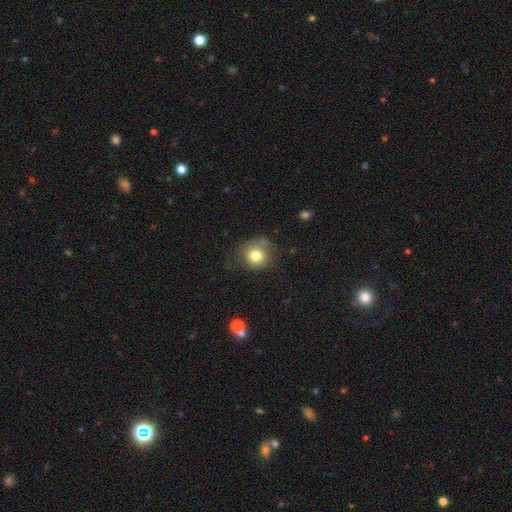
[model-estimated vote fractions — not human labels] The model was most divided on "merging": none: 61%, minor disturbance: 26%, major disturbance: 11%, merger: 3%. More confident: how rounded — round (80%); smooth or featured — smooth (78%).